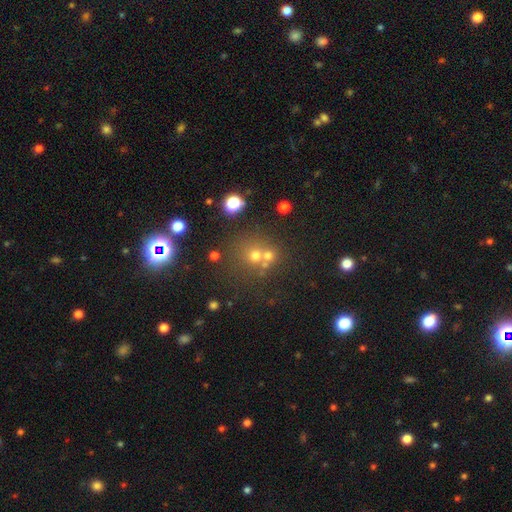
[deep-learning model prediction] Smooth or featured?
  - smooth: 60% *
  - star or artifact: 26%
  - featured or disk: 14%
How rounded?
  - round: 88% *
  - in between: 12%
  - cigar-shaped: 1%
Merging?
  - none: 54% *
  - merger: 34%
  - minor disturbance: 8%
  - major disturbance: 4%